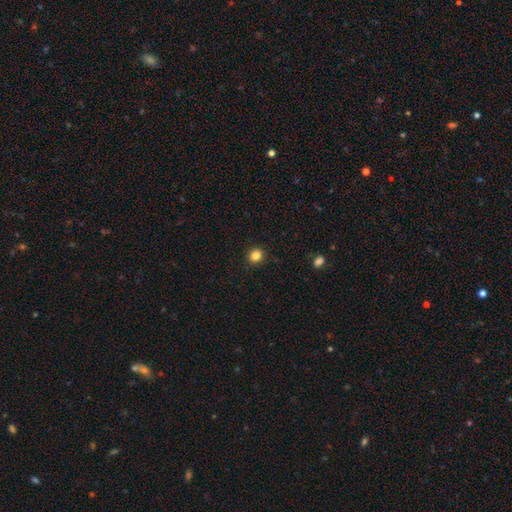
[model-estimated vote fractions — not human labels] smooth-or-featured: smooth: 84% | star or artifact: 12% | featured or disk: 4%
  how-rounded: round: 80% | in between: 19% | cigar-shaped: 1%
  merging: none: 91% | minor disturbance: 6% | major disturbance: 2% | merger: 1%